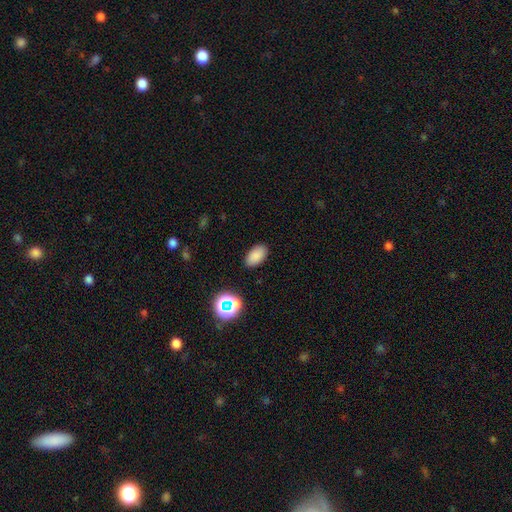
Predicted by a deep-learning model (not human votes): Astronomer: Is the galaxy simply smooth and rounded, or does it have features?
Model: smooth — 83%.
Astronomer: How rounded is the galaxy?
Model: in between — 93%.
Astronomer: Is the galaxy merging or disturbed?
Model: none — 88%.